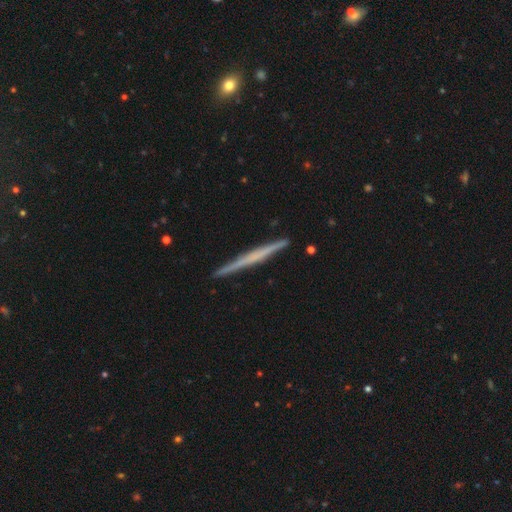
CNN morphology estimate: This appears to be a featured or disk galaxy (60%) viewed edge-on (98%) with no central bulge (74%). Merging: none (92%).